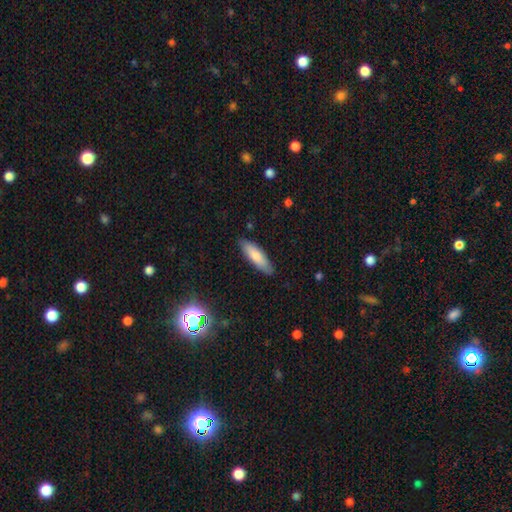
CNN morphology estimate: smooth 79%, featured or disk 15%, star or artifact 6%. Down the decision tree: how rounded — cigar-shaped (53%); merging — none (84%).